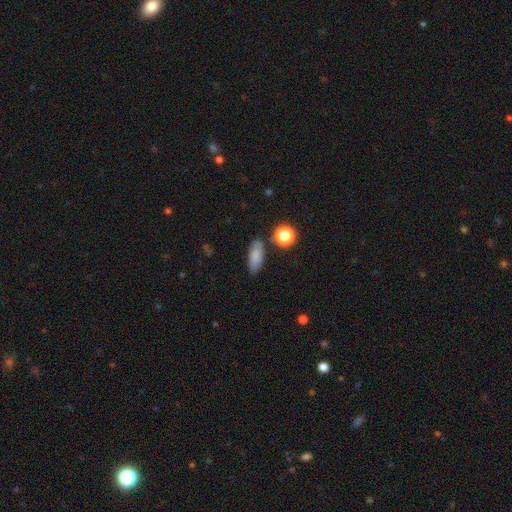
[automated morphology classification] A smooth galaxy with no disk features (82%) that is in between round and cigar-shaped (79%). Merging: none (79%).